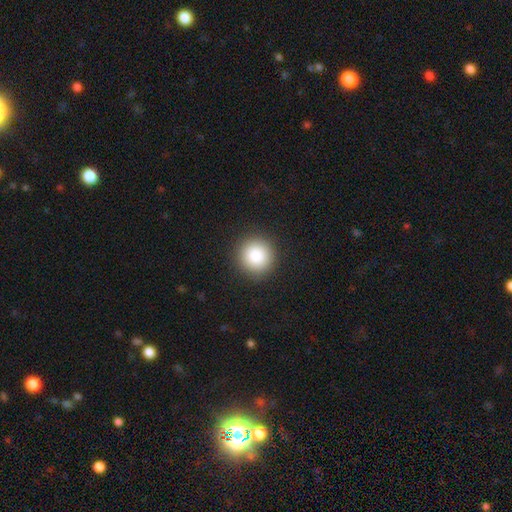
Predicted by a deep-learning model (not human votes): Smooth or featured?
  - smooth: 86% *
  - star or artifact: 9%
  - featured or disk: 5%
How rounded?
  - round: 95% *
  - in between: 4%
  - cigar-shaped: 1%
Merging?
  - none: 91% *
  - minor disturbance: 6%
  - major disturbance: 2%
  - merger: 1%